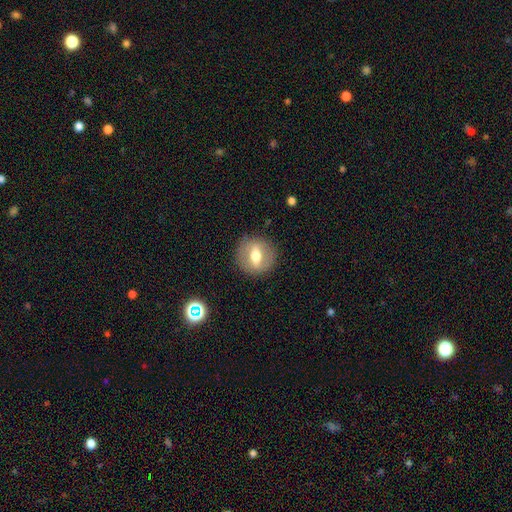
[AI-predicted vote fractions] smooth-or-featured: smooth: 46% | featured or disk: 45% | star or artifact: 8%
  merging: none: 86% | minor disturbance: 9% | major disturbance: 4% | merger: 1%